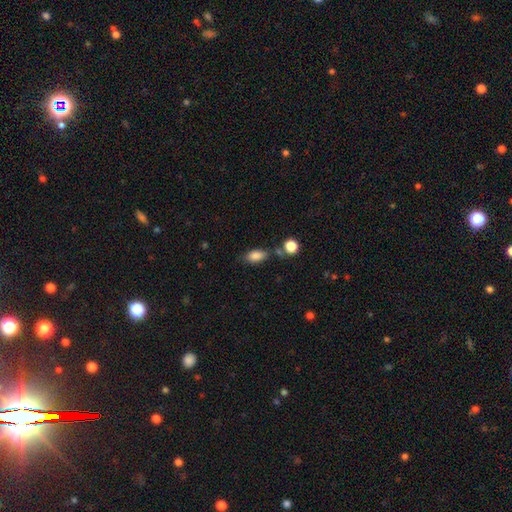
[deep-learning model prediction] smooth-or-featured: smooth: 84% | star or artifact: 9% | featured or disk: 7%
  how-rounded: in between: 85% | round: 8% | cigar-shaped: 7%
  merging: none: 64% | minor disturbance: 19% | merger: 12% | major disturbance: 6%